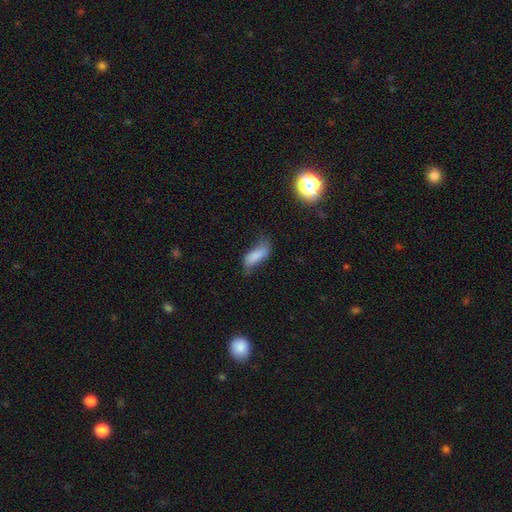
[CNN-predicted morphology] Smooth or featured?
  - smooth: 73% *
  - featured or disk: 18%
  - star or artifact: 10%
How rounded?
  - in between: 72% *
  - cigar-shaped: 25%
  - round: 3%
Merging?
  - none: 41% *
  - minor disturbance: 35%
  - major disturbance: 21%
  - merger: 3%